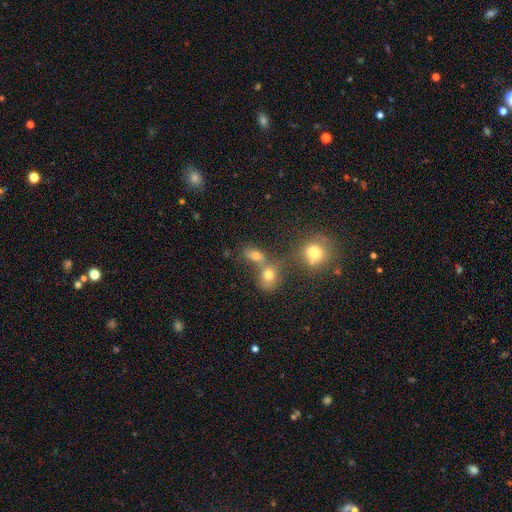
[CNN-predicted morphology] This is likely a smooth galaxy (70%). How rounded: likely in between (62%). Merging: possibly merger (45%).